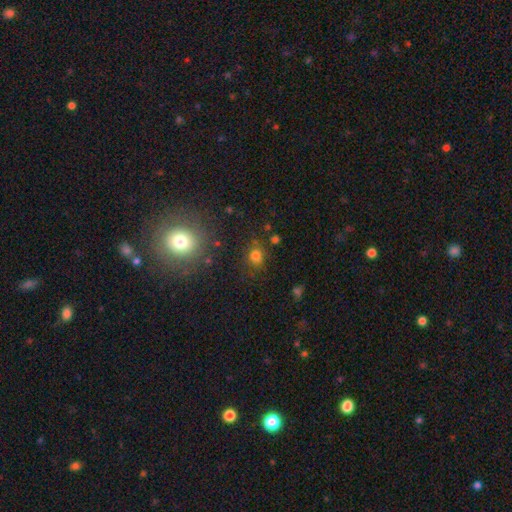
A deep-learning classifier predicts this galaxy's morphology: The model was most divided on "how rounded": round: 76%, in between: 23%, cigar-shaped: 1%. More confident: merging — none (77%); smooth or featured — smooth (74%).